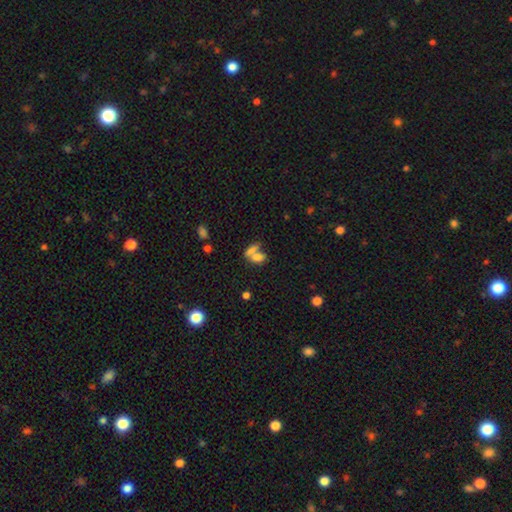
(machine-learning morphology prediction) Overall: smooth (74%). How rounded: in between (77%). Merging: merger (60%; none 28%).